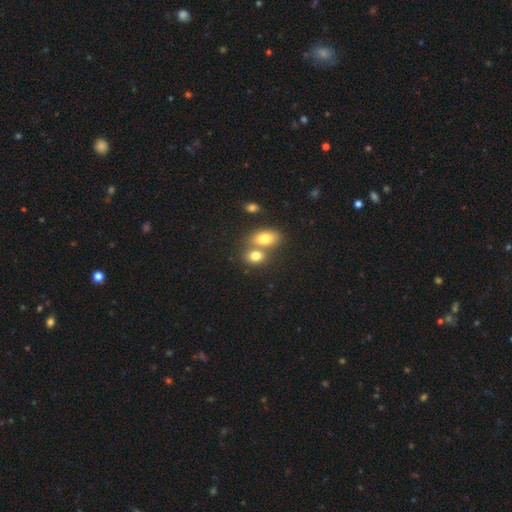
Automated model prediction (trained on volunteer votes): Smooth or featured? Predicted: smooth (p=0.78). How rounded? Predicted: in between (p=0.68). Merging? Predicted: merger (p=0.53).